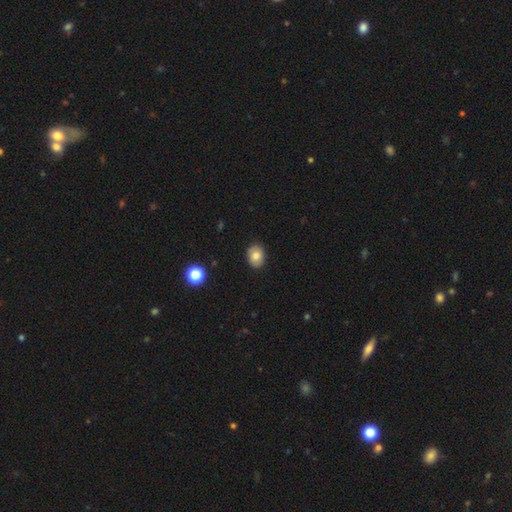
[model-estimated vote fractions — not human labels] Smooth or featured? Predicted: smooth (p=0.78). How rounded? Predicted: in between (p=0.63). Merging? Predicted: none (p=0.88).